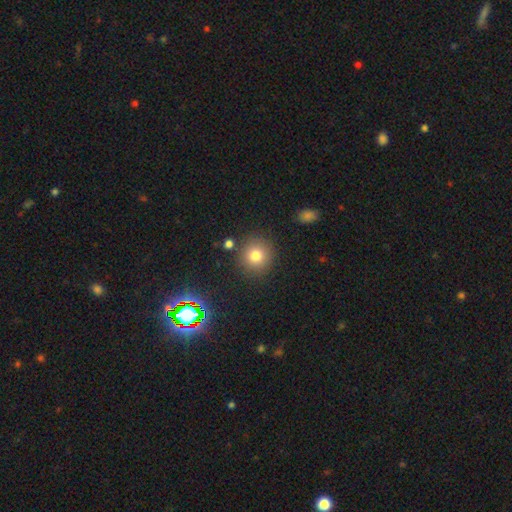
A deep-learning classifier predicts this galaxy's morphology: This appears to be a smooth galaxy with no disk features (78%) that is round (92%). Merging: none (86%).